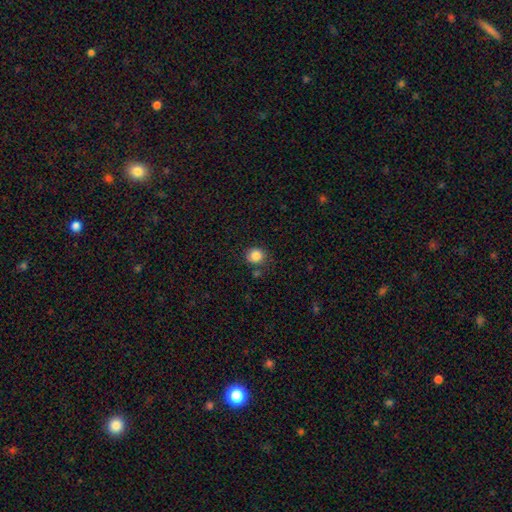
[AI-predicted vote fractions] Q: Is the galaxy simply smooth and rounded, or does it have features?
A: smooth — 85%.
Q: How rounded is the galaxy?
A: round — 89%.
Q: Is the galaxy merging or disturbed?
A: none — 79%.